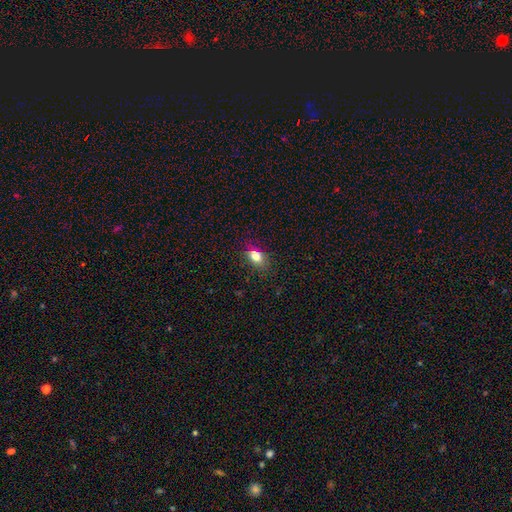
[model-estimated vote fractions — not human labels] Smooth or featured?
  - smooth: 76% *
  - star or artifact: 14%
  - featured or disk: 10%
How rounded?
  - in between: 71% *
  - round: 25%
  - cigar-shaped: 4%
Merging?
  - none: 85% *
  - minor disturbance: 11%
  - major disturbance: 3%
  - merger: 1%